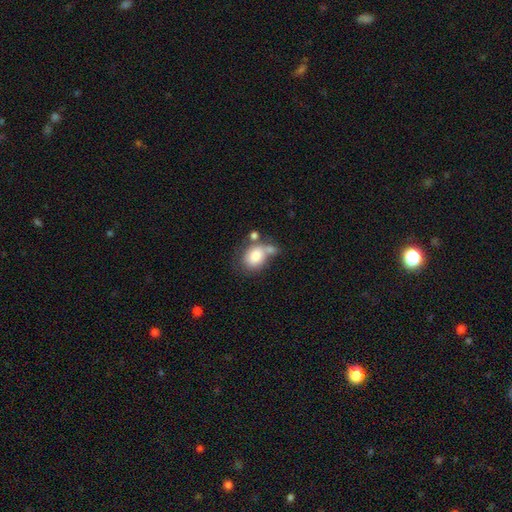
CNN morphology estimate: A smooth galaxy with no disk features (77%) that is in between round and cigar-shaped (57%).

Vote fractions:
- Smooth or featured? smooth: 77% / featured or disk: 15% / star or artifact: 8%
- How rounded? in between: 57% / round: 41% / cigar-shaped: 1%
- Merging? none: 37% / merger: 33% / minor disturbance: 19% / major disturbance: 11%